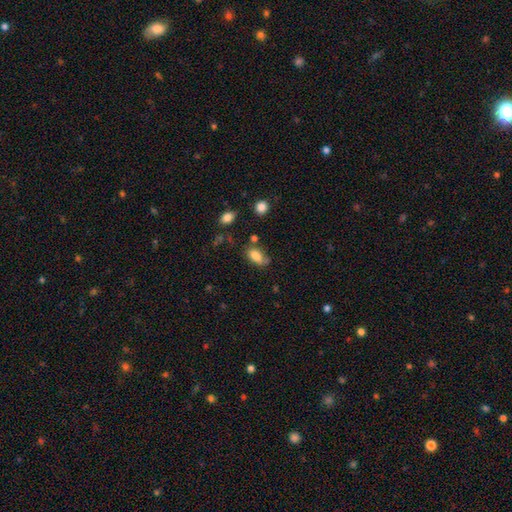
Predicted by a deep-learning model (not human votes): This is clearly a smooth galaxy (82%). How rounded: clearly in between (89%). Merging: likely none (60%).